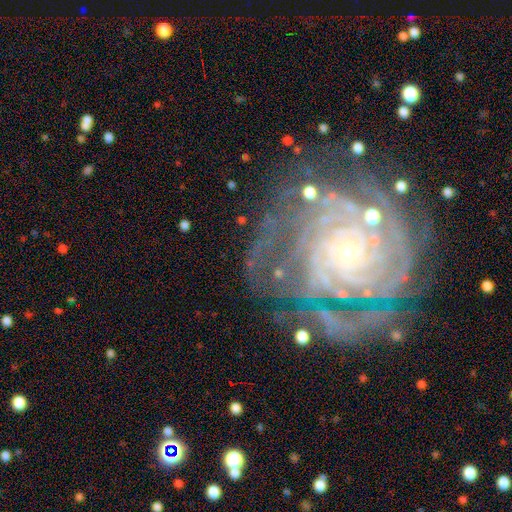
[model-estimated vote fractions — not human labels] This is clearly a featured or disk galaxy (87%). It is clearly not viewed edge-on (97%). Bar: likely no (77%). Spiral arm pattern: clearly yes (97%). Spiral arm count: marginally can't tell (23%). Spiral winding: likely tight (80%). Central bulge: clearly small (84%). Merging: likely none (63%).